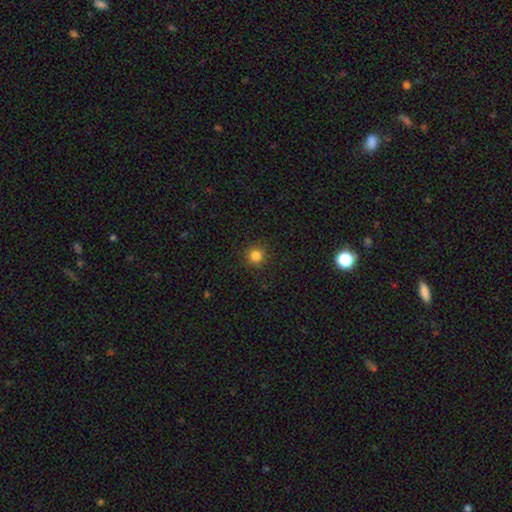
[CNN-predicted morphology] Smooth or featured? smooth (83%)
How rounded? round (94%)
Merging? none (90%)